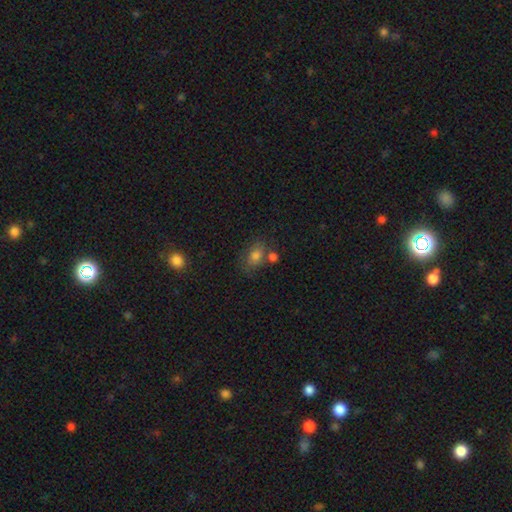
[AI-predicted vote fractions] Morphology: type=smooth (77%); roundness=in between (71%); merging=none (59%).